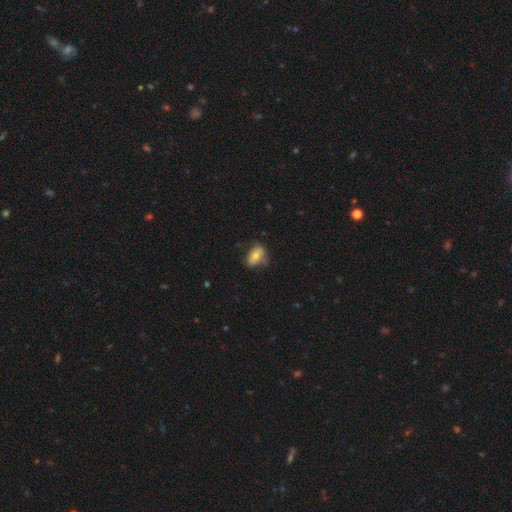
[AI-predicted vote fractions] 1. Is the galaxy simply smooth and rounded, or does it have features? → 69% smooth, 23% featured or disk, 8% star or artifact.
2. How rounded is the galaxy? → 85% in between, 13% round, 3% cigar-shaped.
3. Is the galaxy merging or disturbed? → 60% none, 29% minor disturbance, 9% major disturbance, 2% merger.